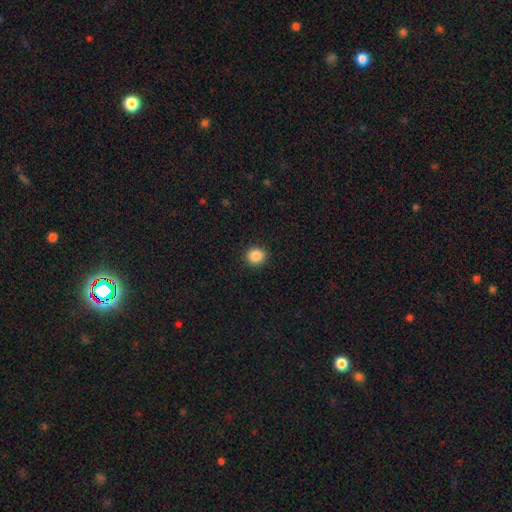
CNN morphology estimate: smooth-or-featured: smooth: 88% | star or artifact: 9% | featured or disk: 3%
  how-rounded: round: 87% | in between: 12% | cigar-shaped: 1%
  merging: none: 92% | minor disturbance: 6% | major disturbance: 2% | merger: 1%